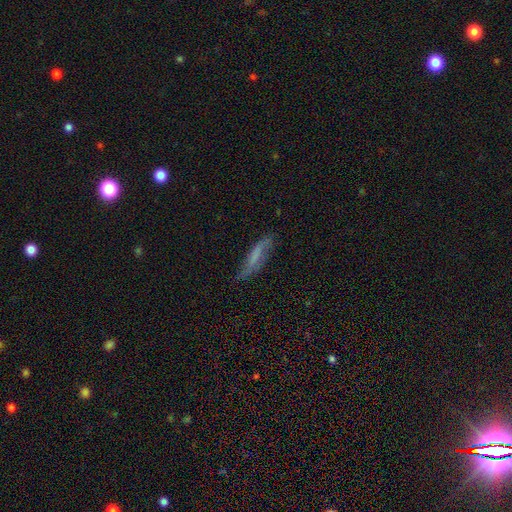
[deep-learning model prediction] The model was most divided on "smooth or featured": smooth: 48%, featured or disk: 43%, star or artifact: 9%. More confident: merging — none (65%).